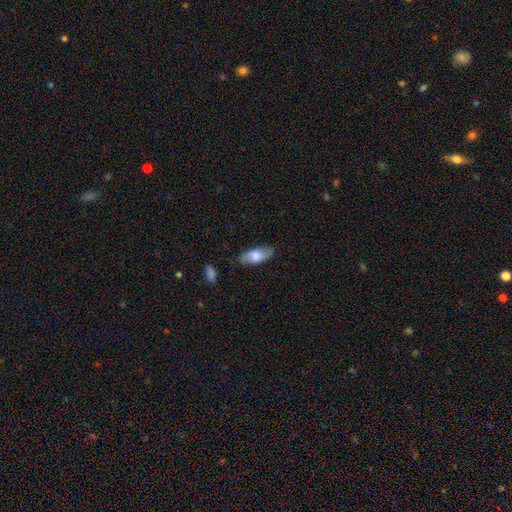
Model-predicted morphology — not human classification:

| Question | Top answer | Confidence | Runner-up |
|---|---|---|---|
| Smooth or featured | smooth | 72% | featured or disk (22%) |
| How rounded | in between | 83% | cigar-shaped (15%) |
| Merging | none | 81% | minor disturbance (15%) |